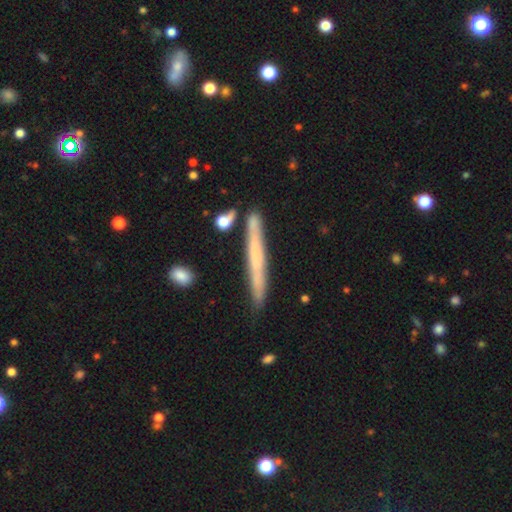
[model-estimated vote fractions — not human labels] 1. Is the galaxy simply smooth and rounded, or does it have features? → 51% smooth, 42% featured or disk, 7% star or artifact.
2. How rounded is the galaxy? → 97% cigar-shaped, 2% in between, 1% round.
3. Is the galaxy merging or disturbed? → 85% none, 10% minor disturbance, 3% merger, 2% major disturbance.